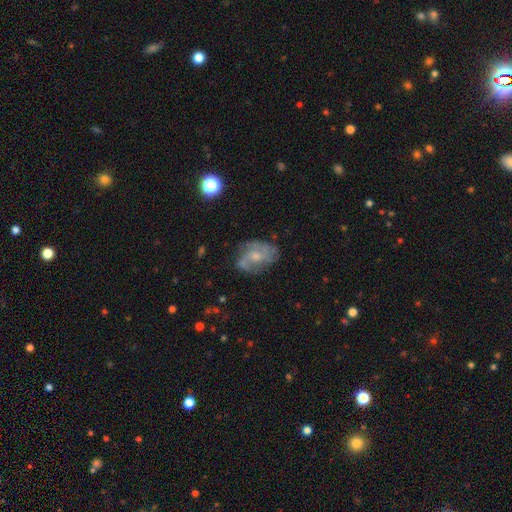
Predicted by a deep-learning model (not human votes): Overall: featured or disk (62%; smooth 28%). Edge-on disk: no (96%). Bar: no (68%; weak 28%). Spiral arms: yes (72%). Bulge size: small (50%; moderate 40%). Merging: none (60%; minor disturbance 24%).